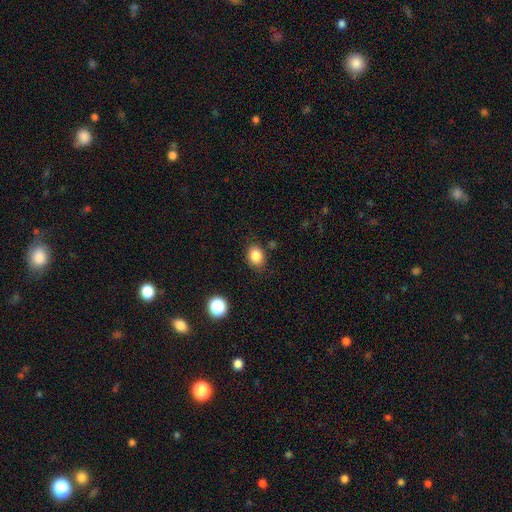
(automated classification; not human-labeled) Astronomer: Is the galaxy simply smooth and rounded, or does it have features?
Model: smooth — 84%.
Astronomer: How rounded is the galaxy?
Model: in between — 50%, tied with round at 50%.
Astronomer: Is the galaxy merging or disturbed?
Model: none — 81%.